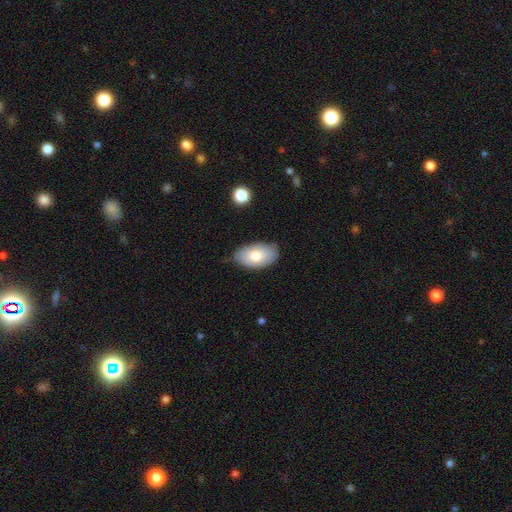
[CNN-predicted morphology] Smooth or featured?
  - smooth: 78% *
  - featured or disk: 16%
  - star or artifact: 6%
How rounded?
  - in between: 94% *
  - round: 4%
  - cigar-shaped: 1%
Merging?
  - none: 75% *
  - minor disturbance: 20%
  - major disturbance: 3%
  - merger: 2%